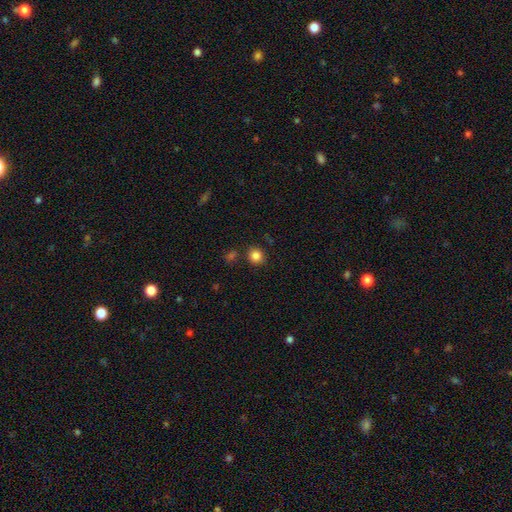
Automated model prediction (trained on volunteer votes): The model was most divided on "how rounded": round: 86%, in between: 13%, cigar-shaped: 1%. More confident: smooth or featured — smooth (85%); merging — none (84%).